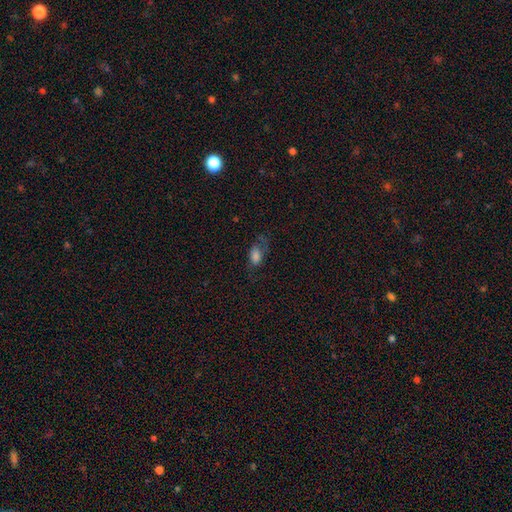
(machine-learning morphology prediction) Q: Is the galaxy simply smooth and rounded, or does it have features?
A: smooth — 68%.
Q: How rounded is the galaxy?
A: in between — 88%.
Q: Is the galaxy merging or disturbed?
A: none — 42%.